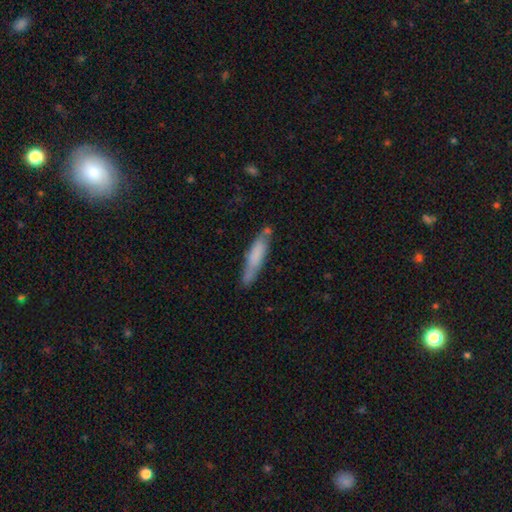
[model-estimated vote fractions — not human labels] smooth_or_featured: smooth (p=0.70) [alt: featured or disk p=0.24]
how_rounded: cigar-shaped (p=0.85) [alt: in between p=0.14]
merging: none (p=0.70) [alt: minor disturbance p=0.20]